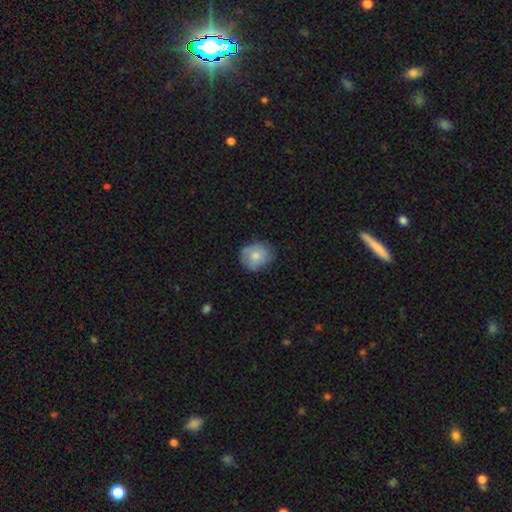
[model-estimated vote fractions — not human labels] smooth 72%, featured or disk 21%, star or artifact 7%. Down the decision tree: how rounded — round (72%); merging — none (68%).